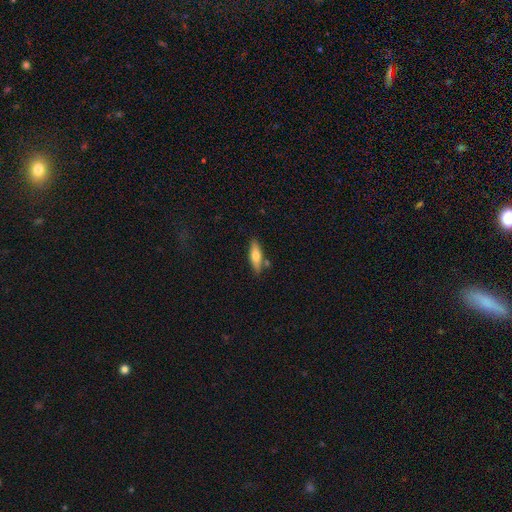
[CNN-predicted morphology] smooth-or-featured: smooth: 65% | featured or disk: 29% | star or artifact: 6%
  how-rounded: cigar-shaped: 59% | in between: 39% | round: 2%
  merging: none: 78% | minor disturbance: 13% | merger: 7% | major disturbance: 3%